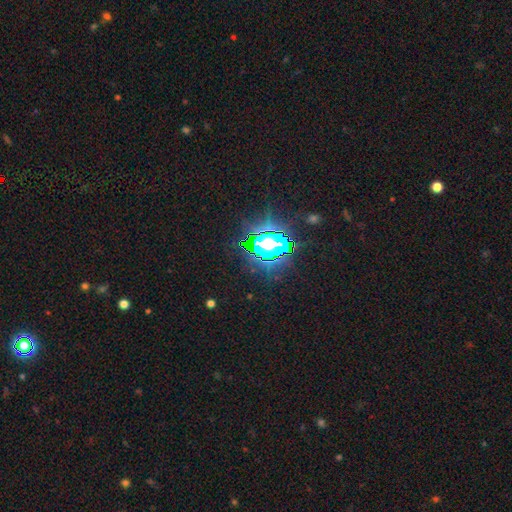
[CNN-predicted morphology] Smooth or featured: star or artifact — 86% (smooth — 8%)